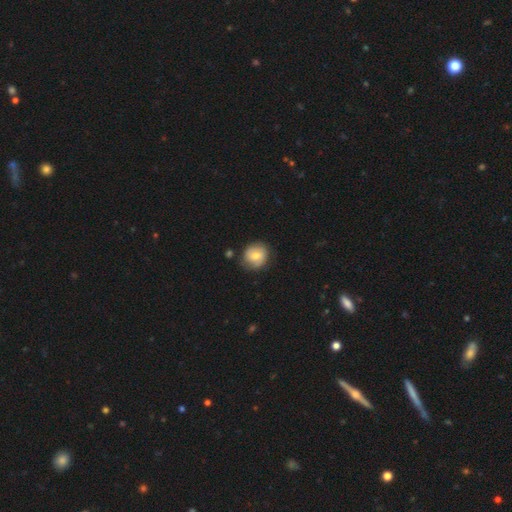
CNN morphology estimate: smooth 54%, featured or disk 39%, star or artifact 7%. Down the decision tree: how rounded — round (77%); merging — none (75%).